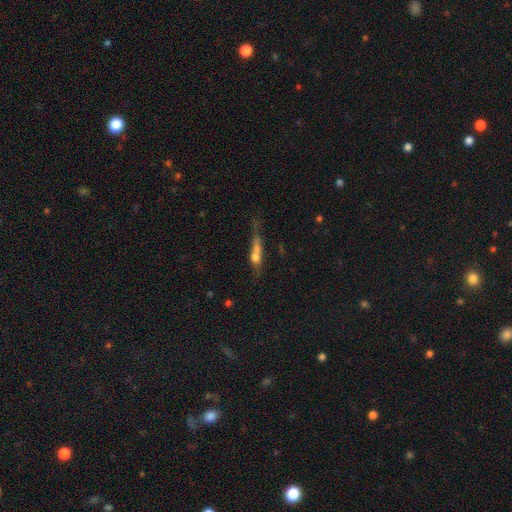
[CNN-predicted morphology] A smooth galaxy with no disk features (47%). Merging: merger (35%).